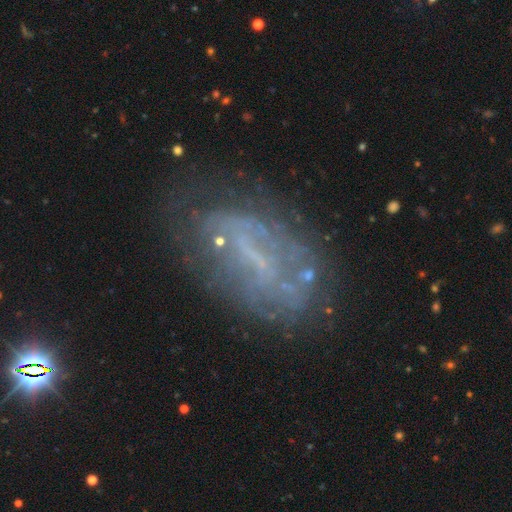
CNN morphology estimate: smooth_or_featured: featured or disk (p=0.62) [alt: smooth p=0.22]
disk_edge_on: no (p=0.91) [alt: yes p=0.09]
bar: no (p=0.40) [alt: weak p=0.31]
has_spiral_arms: no (p=0.62) [alt: yes p=0.38]
bulge_size: none (p=0.64) [alt: small p=0.25]
merging: none (p=0.57) [alt: minor disturbance p=0.22]